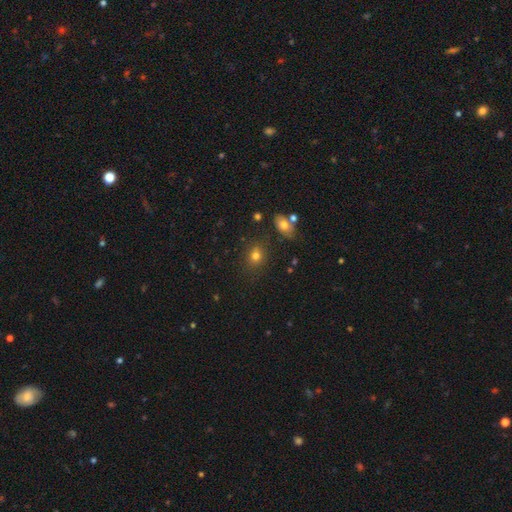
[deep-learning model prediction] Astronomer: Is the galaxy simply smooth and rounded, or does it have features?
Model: smooth — 76%.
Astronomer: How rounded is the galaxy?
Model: round — 64%.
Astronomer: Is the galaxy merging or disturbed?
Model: none — 78%.